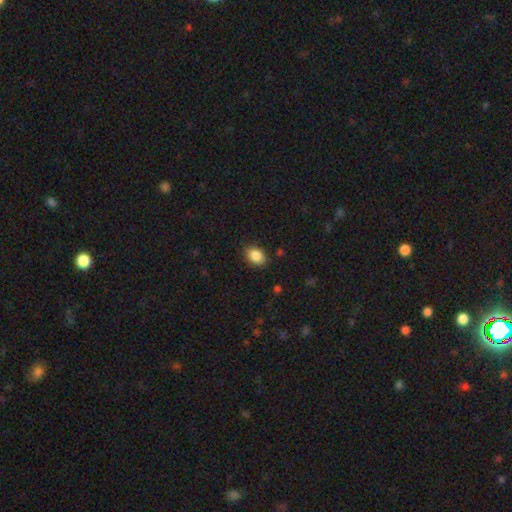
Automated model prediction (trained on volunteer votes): Smooth or featured? Predicted: smooth (p=0.88). How rounded? Predicted: in between (p=0.73). Merging? Predicted: none (p=0.86).